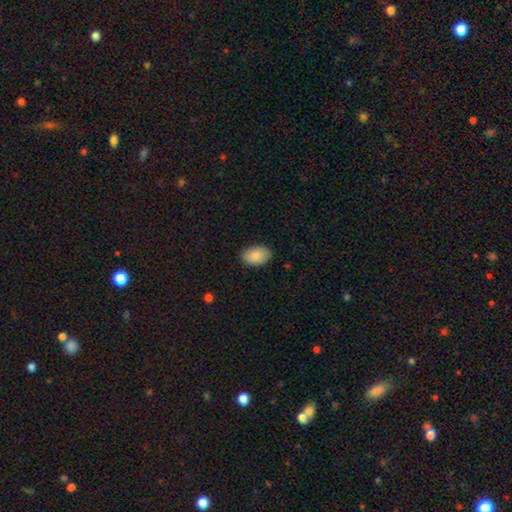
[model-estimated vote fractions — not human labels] Smooth or featured? Predicted: smooth (p=0.87). How rounded? Predicted: in between (p=0.91). Merging? Predicted: none (p=0.87).